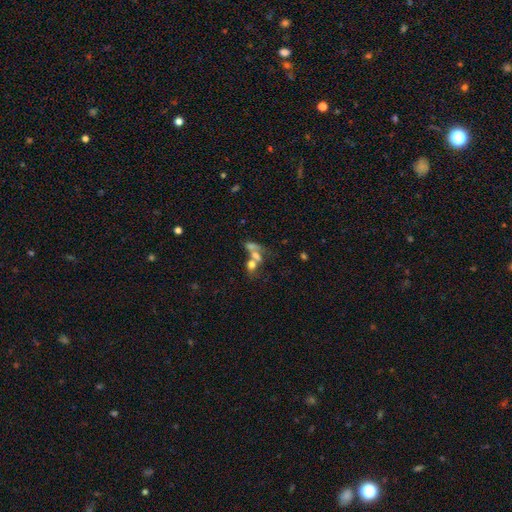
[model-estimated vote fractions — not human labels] smooth_or_featured: smooth (p=0.54) [alt: featured or disk p=0.30]
how_rounded: in between (p=0.64) [alt: round p=0.29]
merging: merger (p=0.59) [alt: none p=0.20]